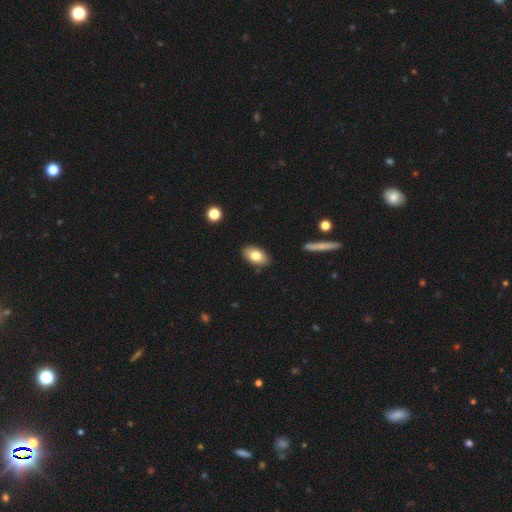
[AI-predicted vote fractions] Overall: smooth (79%). How rounded: in between (92%). Merging: none (87%).